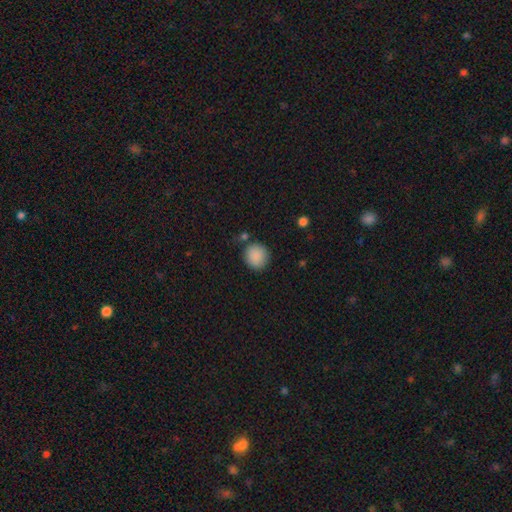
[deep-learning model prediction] Smooth or featured? Predicted: smooth (p=0.89). How rounded? Predicted: round (p=0.89). Merging? Predicted: none (p=0.80).